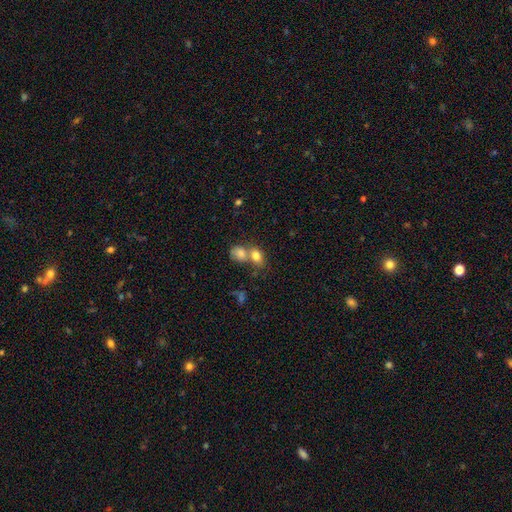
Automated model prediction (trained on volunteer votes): This is likely a smooth galaxy (79%). How rounded: likely in between (66%). Merging: possibly merger (54%).